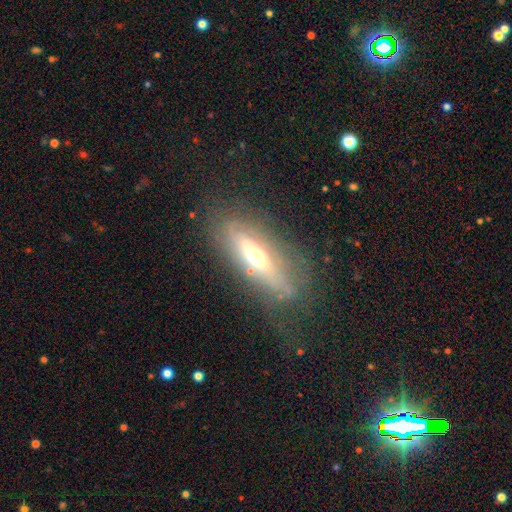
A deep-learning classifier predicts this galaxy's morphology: A featured or disk galaxy (59%) viewed edge-on (54%).

Vote fractions:
- Smooth or featured? featured or disk: 59% / smooth: 33% / star or artifact: 8%
- Edge-on disk? yes: 54% / no: 46%
- Merging? none: 58% / minor disturbance: 23% / major disturbance: 16% / merger: 3%